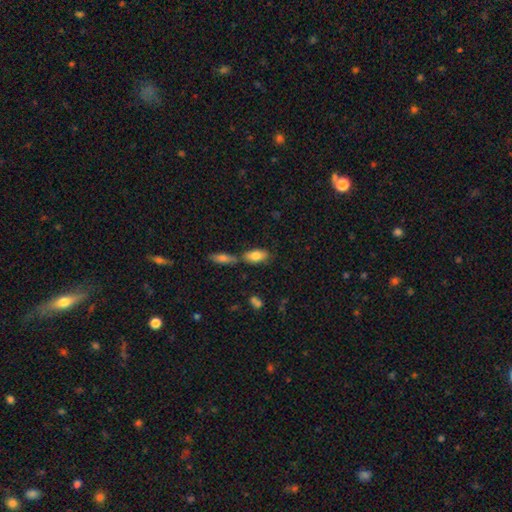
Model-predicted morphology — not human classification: Q: Smooth or featured?
A: smooth (80%); runner-up: featured or disk (13%)
Q: How rounded?
A: in between (88%); runner-up: cigar-shaped (9%)
Q: Merging?
A: none (57%); runner-up: merger (25%)